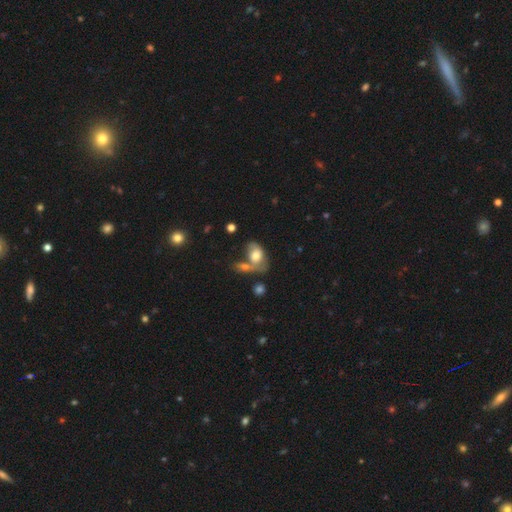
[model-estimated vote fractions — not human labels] smooth 62%, featured or disk 30%, star or artifact 8%. Down the decision tree: how rounded — in between (86%); merging — merger (42%).